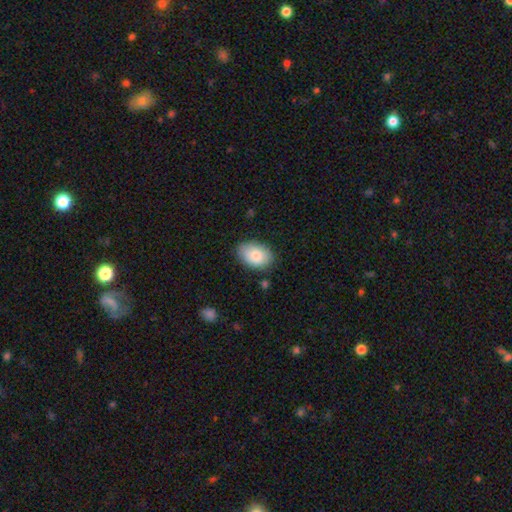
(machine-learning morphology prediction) This is clearly a smooth galaxy (82%). How rounded: clearly in between (86%). Merging: clearly none (80%).